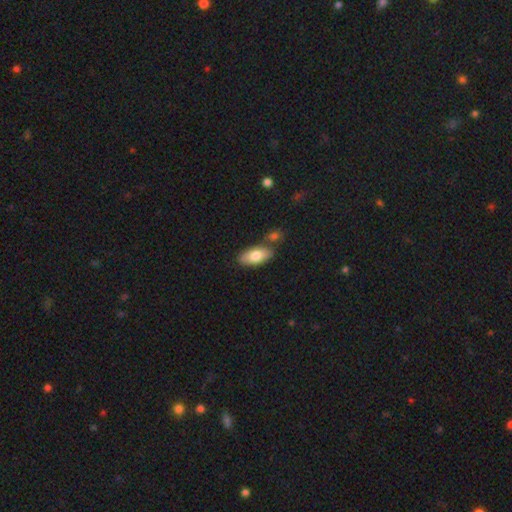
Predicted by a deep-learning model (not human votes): smooth 78%, featured or disk 16%, star or artifact 6%. Down the decision tree: how rounded — in between (87%); merging — none (69%).